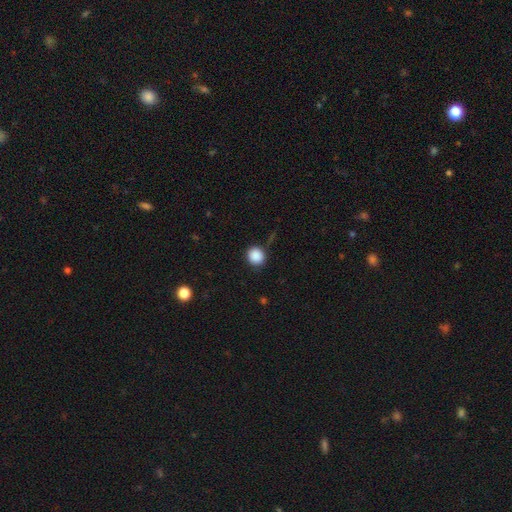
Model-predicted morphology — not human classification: A smooth galaxy with no disk features (88%) that is round (88%).

Vote fractions:
- Smooth or featured? smooth: 88% / star or artifact: 9% / featured or disk: 3%
- How rounded? round: 88% / in between: 11% / cigar-shaped: 1%
- Merging? none: 85% / minor disturbance: 10% / major disturbance: 3% / merger: 2%